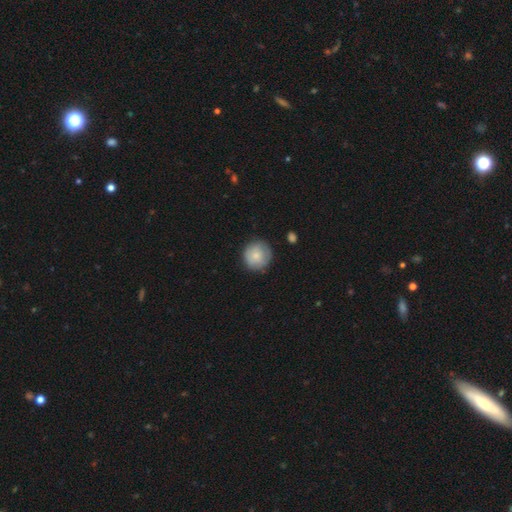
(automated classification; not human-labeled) A smooth galaxy with no disk features (77%) that is round (93%). Merging: none (81%).